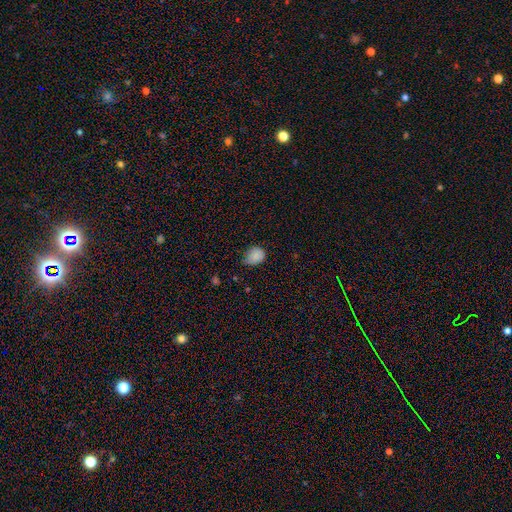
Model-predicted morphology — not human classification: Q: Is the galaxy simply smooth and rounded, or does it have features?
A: smooth — 85%.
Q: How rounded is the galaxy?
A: round — 51%.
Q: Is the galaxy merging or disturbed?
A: none — 52%.